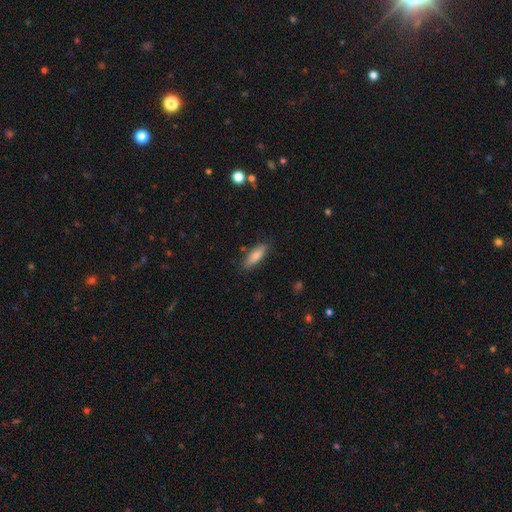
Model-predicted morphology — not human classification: Smooth or featured? smooth (81%)
How rounded? in between (54%)
Merging? none (84%)